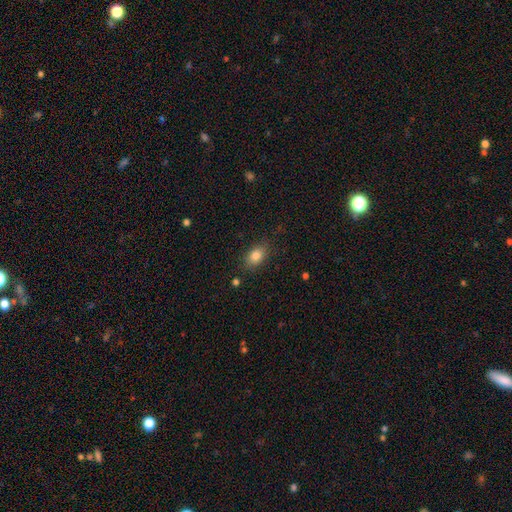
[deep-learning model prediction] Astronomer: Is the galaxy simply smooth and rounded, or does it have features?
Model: smooth — 83%.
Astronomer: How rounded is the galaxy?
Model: in between — 81%.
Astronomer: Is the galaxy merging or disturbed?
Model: none — 83%.